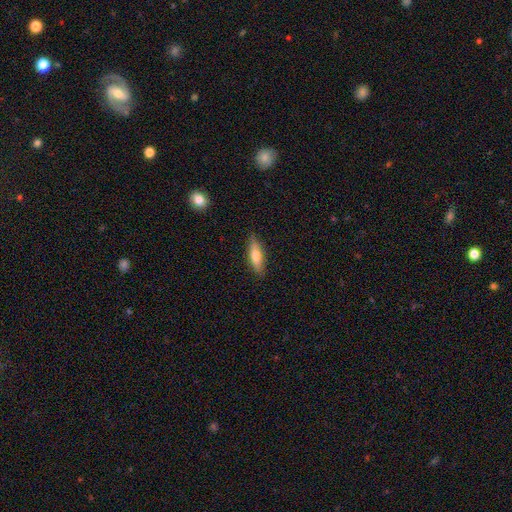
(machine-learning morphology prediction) Smooth or featured: smooth — 68% (featured or disk — 26%)
How rounded: cigar-shaped — 56% (in between — 42%)
Merging: none — 85% (minor disturbance — 11%)